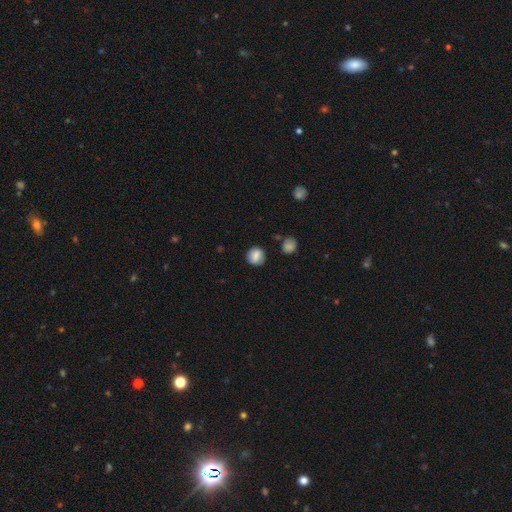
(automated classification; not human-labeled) Smooth or featured? Predicted: smooth (p=0.79). How rounded? Predicted: round (p=0.81). Merging? Predicted: none (p=0.80).